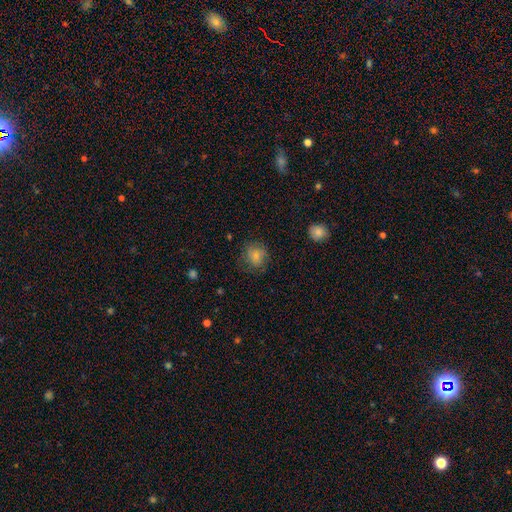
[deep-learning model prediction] This appears to be a smooth galaxy with no disk features (74%) that is round (82%). Merging: none (71%).